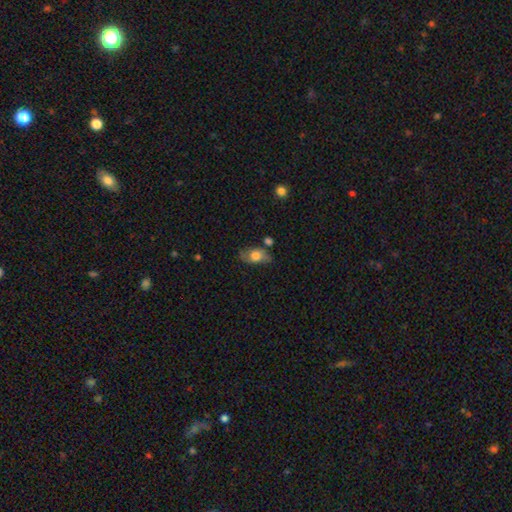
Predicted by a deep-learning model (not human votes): smooth 65%, featured or disk 28%, star or artifact 8%. Down the decision tree: how rounded — in between (85%); merging — none (61%).